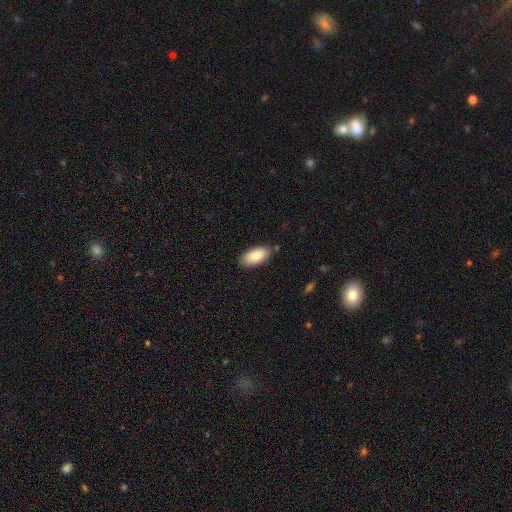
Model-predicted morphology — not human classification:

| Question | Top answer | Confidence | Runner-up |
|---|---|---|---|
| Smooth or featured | smooth | 86% | featured or disk (8%) |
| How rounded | in between | 94% | cigar-shaped (4%) |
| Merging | none | 84% | minor disturbance (12%) |